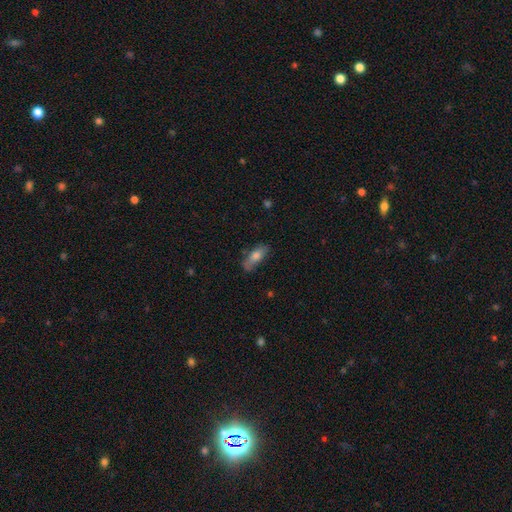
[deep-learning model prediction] smooth 70%, featured or disk 22%, star or artifact 7%. Down the decision tree: how rounded — in between (68%); merging — none (64%).